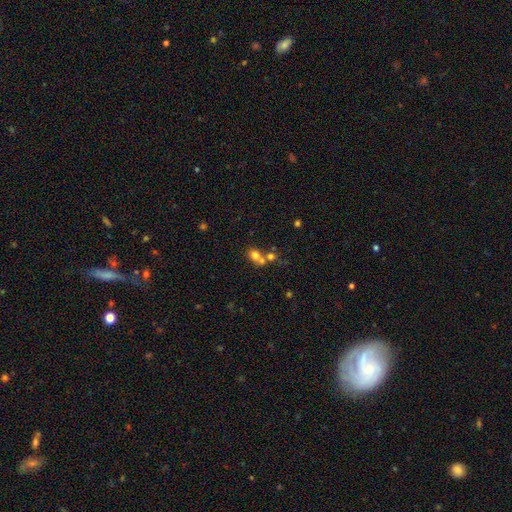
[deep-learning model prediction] smooth_or_featured: smooth (p=0.70) [alt: featured or disk p=0.16]
how_rounded: round (p=0.63) [alt: in between p=0.36]
merging: merger (p=0.55) [alt: none p=0.34]